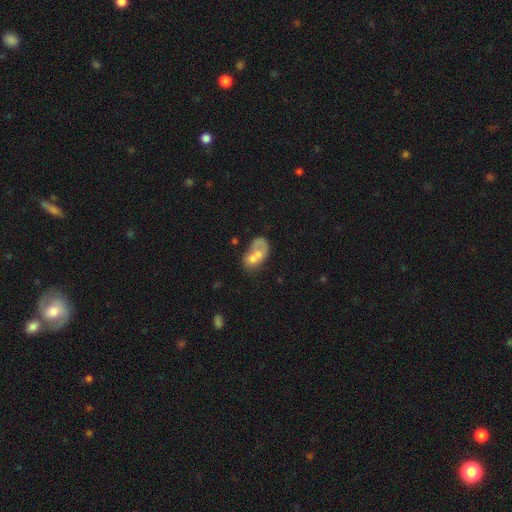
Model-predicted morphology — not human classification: Q: Smooth or featured?
A: smooth (55%); runner-up: featured or disk (36%)
Q: How rounded?
A: in between (77%); runner-up: round (21%)
Q: Merging?
A: merger (66%); runner-up: none (14%)